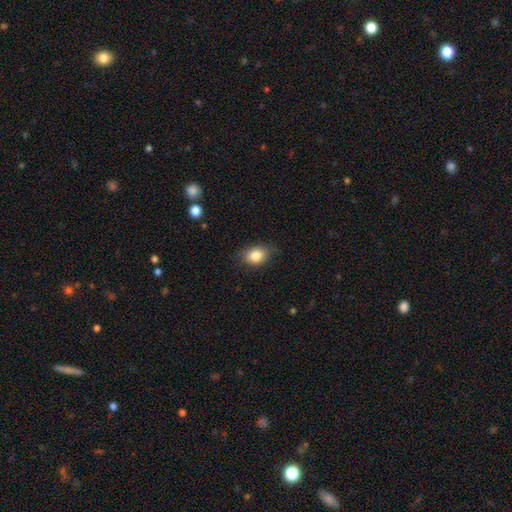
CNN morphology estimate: Smooth or featured?
  - smooth: 83% *
  - star or artifact: 9%
  - featured or disk: 8%
How rounded?
  - in between: 67% *
  - round: 32%
  - cigar-shaped: 1%
Merging?
  - none: 77% *
  - minor disturbance: 18%
  - major disturbance: 4%
  - merger: 1%